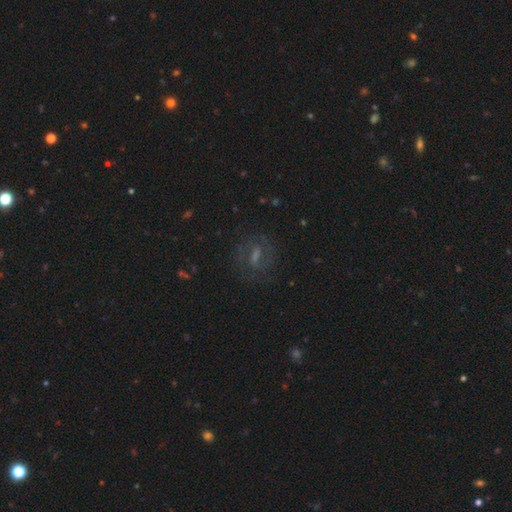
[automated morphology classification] smooth-or-featured: featured or disk: 50% | smooth: 30% | star or artifact: 20%
  disk-edge-on: no: 87% | yes: 13%
  merging: none: 75% | minor disturbance: 13% | major disturbance: 10% | merger: 2%